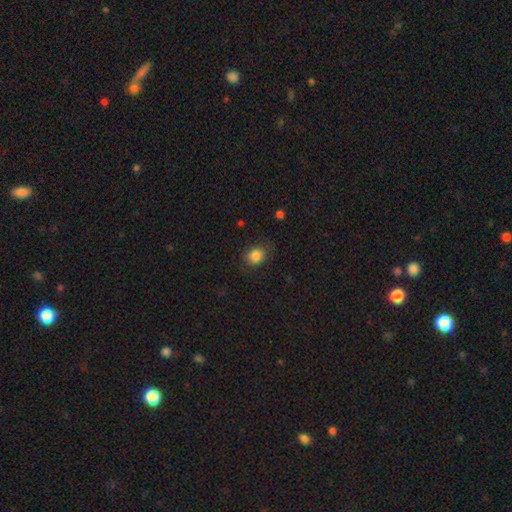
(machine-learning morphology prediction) A smooth galaxy with no disk features (85%) that is round (60%).

Vote fractions:
- Smooth or featured? smooth: 85% / star or artifact: 10% / featured or disk: 5%
- How rounded? round: 60% / in between: 39% / cigar-shaped: 1%
- Merging? none: 78% / minor disturbance: 16% / major disturbance: 5% / merger: 1%